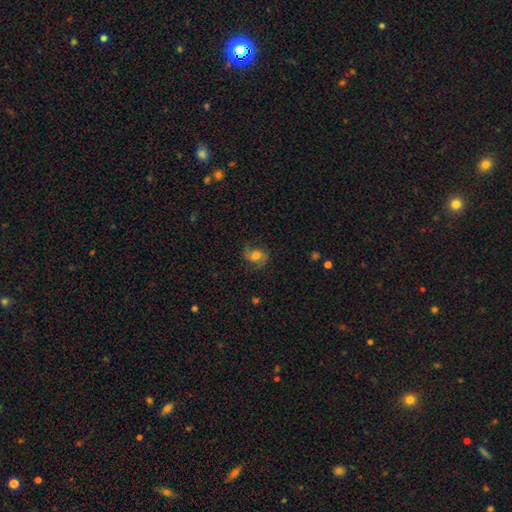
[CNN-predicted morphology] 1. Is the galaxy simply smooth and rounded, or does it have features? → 46% featured or disk, 44% smooth, 10% star or artifact.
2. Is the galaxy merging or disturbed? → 69% none, 21% minor disturbance, 9% major disturbance, 1% merger.